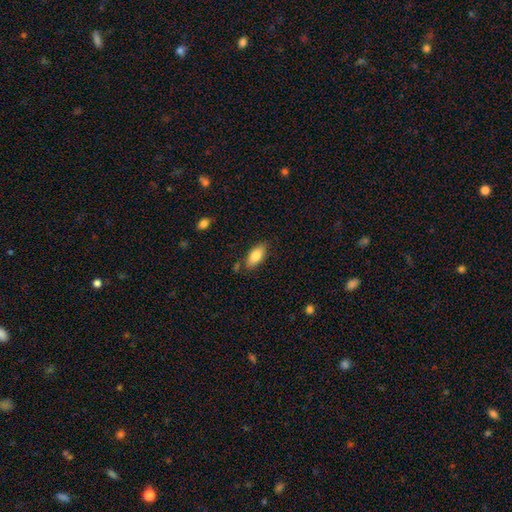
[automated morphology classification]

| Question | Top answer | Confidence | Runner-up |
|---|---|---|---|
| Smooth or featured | smooth | 82% | featured or disk (11%) |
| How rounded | in between | 88% | cigar-shaped (9%) |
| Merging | none | 79% | minor disturbance (14%) |